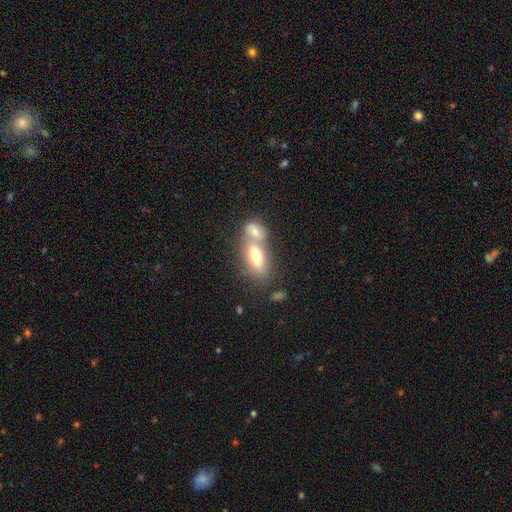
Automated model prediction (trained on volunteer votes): A smooth galaxy with no disk features (71%) that is in between round and cigar-shaped (81%). Merging: merger (60%).